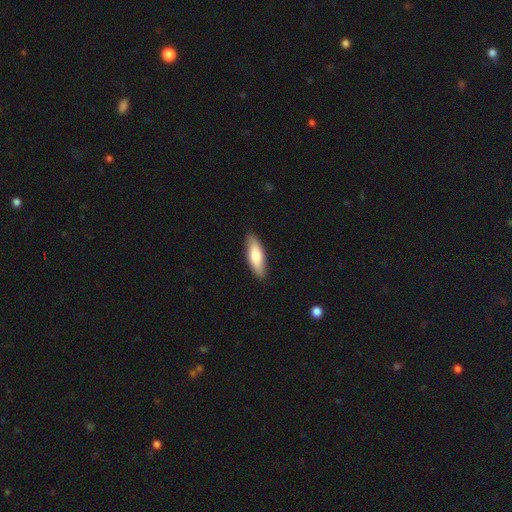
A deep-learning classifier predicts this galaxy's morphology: type=smooth (71%); roundness=in between (53%); merging=none (89%).